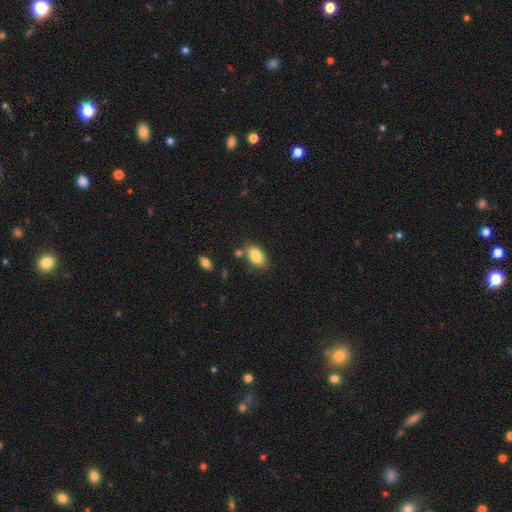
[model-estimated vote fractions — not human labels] Smooth or featured: smooth — 85% (featured or disk — 8%)
How rounded: in between — 91% (round — 7%)
Merging: none — 75% (minor disturbance — 13%)